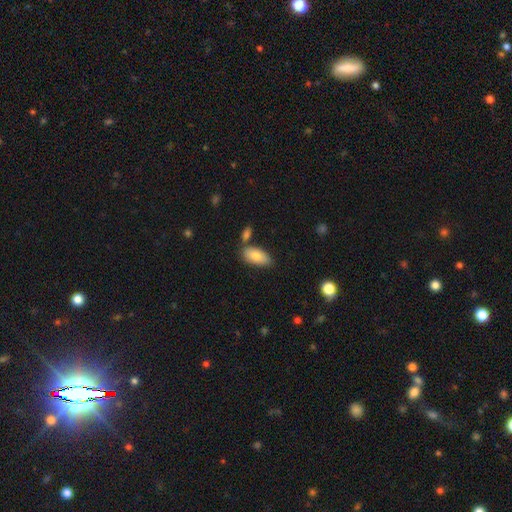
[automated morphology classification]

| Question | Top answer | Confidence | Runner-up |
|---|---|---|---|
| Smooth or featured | smooth | 82% | featured or disk (12%) |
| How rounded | in between | 91% | cigar-shaped (7%) |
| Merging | none | 68% | minor disturbance (15%) |